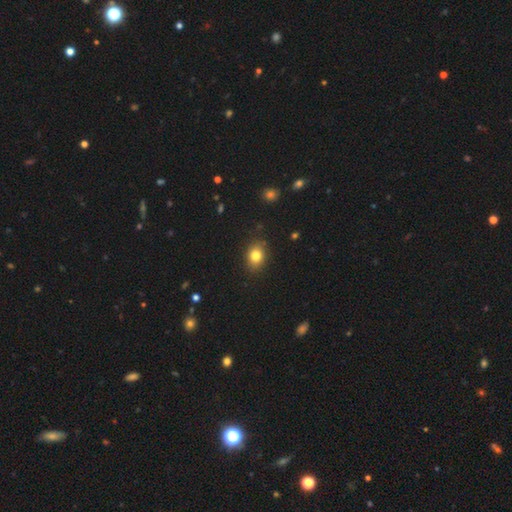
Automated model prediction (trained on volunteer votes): Overall: smooth (81%). How rounded: in between (58%; round 41%). Merging: none (86%).